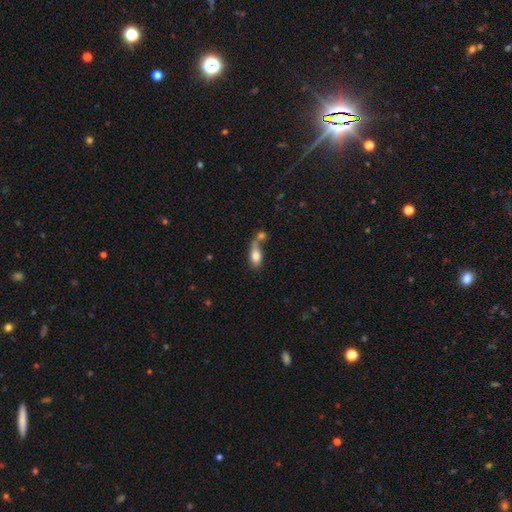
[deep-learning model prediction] smooth_or_featured: smooth (p=0.78) [alt: featured or disk p=0.14]
how_rounded: in between (p=0.83) [alt: cigar-shaped p=0.09]
merging: merger (p=0.47) [alt: none p=0.31]